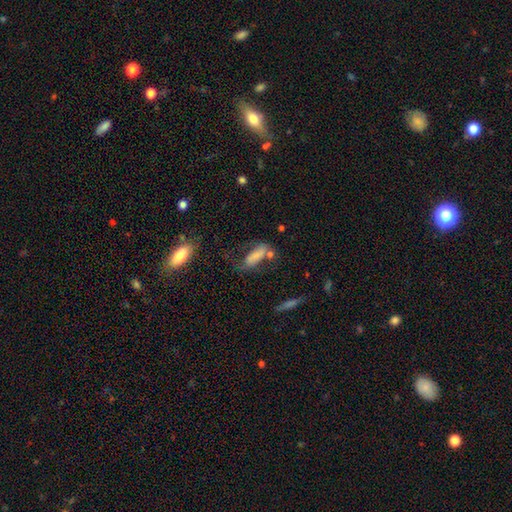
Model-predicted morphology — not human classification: This is likely a smooth galaxy (67%). How rounded: likely in between (69%). Merging: marginally none (38%).